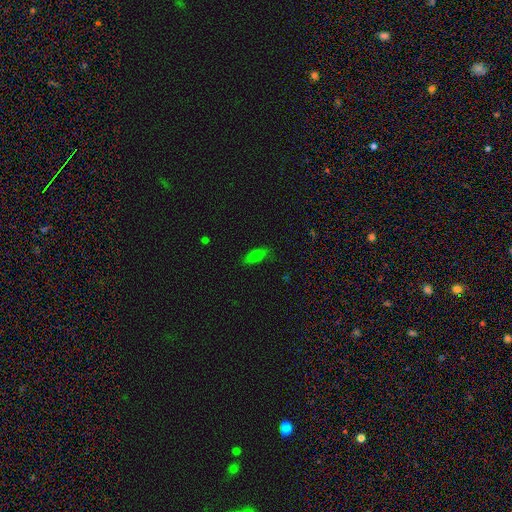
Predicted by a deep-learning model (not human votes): The model was most divided on "how rounded": in between: 68%, cigar-shaped: 28%, round: 4%. More confident: merging — none (82%); smooth or featured — smooth (70%).